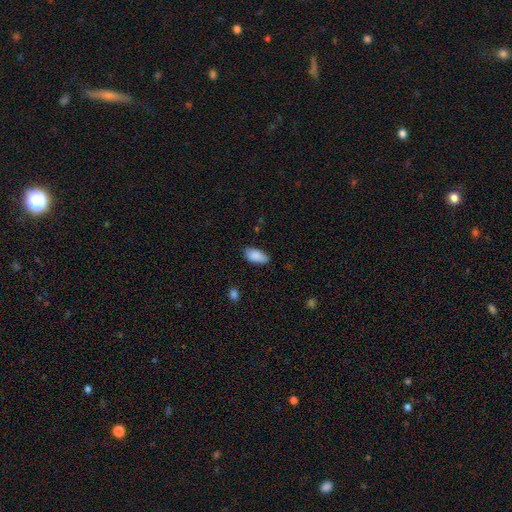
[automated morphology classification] Smooth or featured? Predicted: smooth (p=0.88). How rounded? Predicted: in between (p=0.93). Merging? Predicted: none (p=0.76).